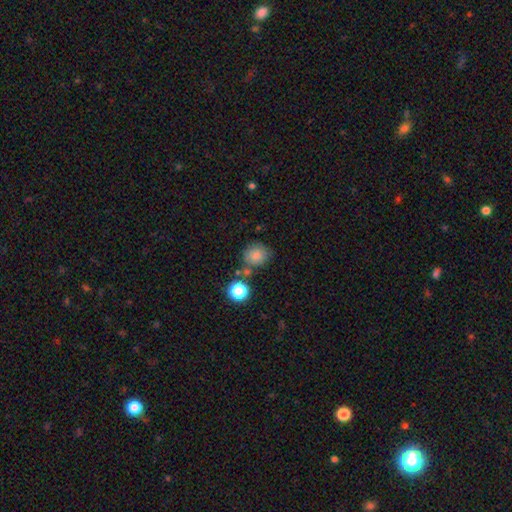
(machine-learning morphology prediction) smooth_or_featured: smooth (p=0.79) [alt: star or artifact p=0.12]
how_rounded: round (p=0.80) [alt: in between p=0.19]
merging: none (p=0.68) [alt: minor disturbance p=0.15]